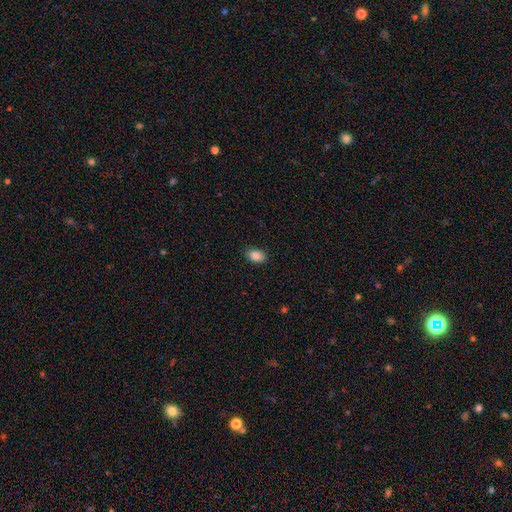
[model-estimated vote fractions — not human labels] Smooth or featured?
  - smooth: 87% *
  - star or artifact: 8%
  - featured or disk: 5%
How rounded?
  - in between: 86% *
  - round: 12%
  - cigar-shaped: 1%
Merging?
  - none: 88% *
  - minor disturbance: 9%
  - major disturbance: 2%
  - merger: 1%